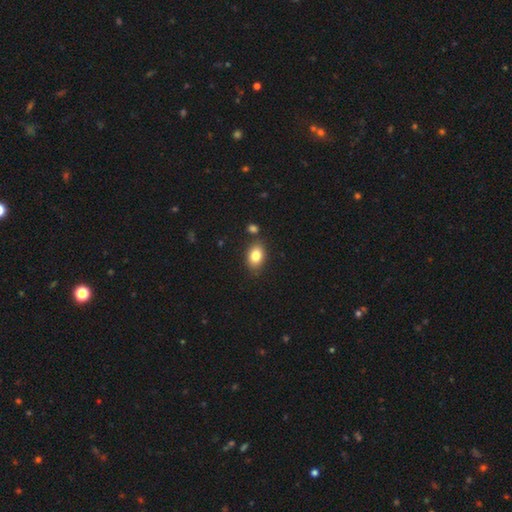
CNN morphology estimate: smooth_or_featured: smooth (p=0.81) [alt: featured or disk p=0.10]
how_rounded: in between (p=0.82) [alt: round p=0.17]
merging: none (p=0.79) [alt: minor disturbance p=0.12]